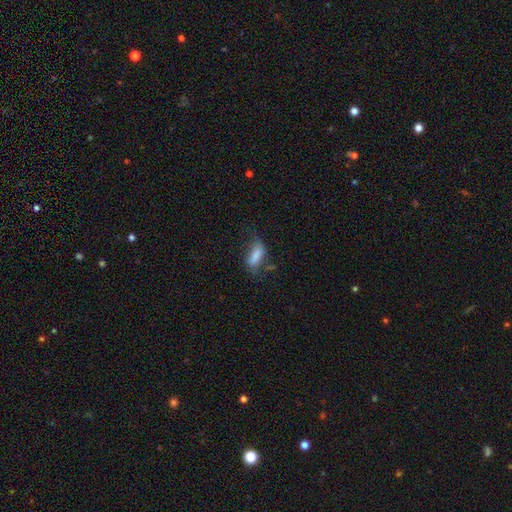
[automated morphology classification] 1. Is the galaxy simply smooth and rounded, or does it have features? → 69% smooth, 21% featured or disk, 10% star or artifact.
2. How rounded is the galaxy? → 77% in between, 19% cigar-shaped, 4% round.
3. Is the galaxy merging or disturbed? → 38% none, 30% minor disturbance, 28% major disturbance, 4% merger.